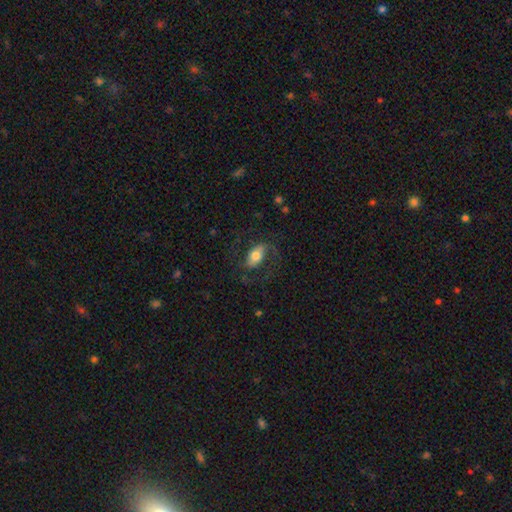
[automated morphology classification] Smooth or featured? featured or disk (58%)
Edge-on disk? no (94%)
Bar? no (36%)
Spiral arms? yes (85%)
Bulge size? moderate (54%)
Merging? none (62%)